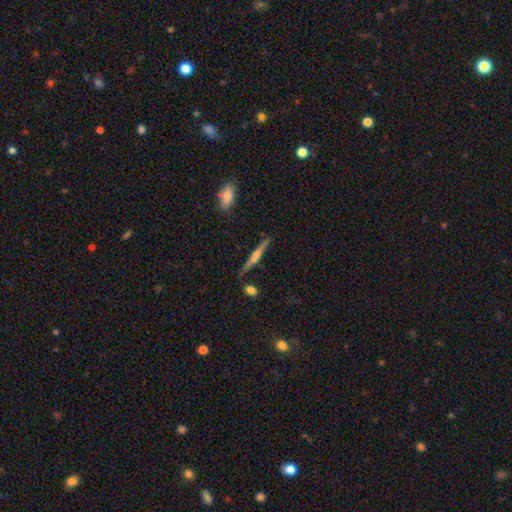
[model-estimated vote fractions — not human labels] Morphology: type=featured or disk (65%); edge-on=yes (97%); edge-on bulge=rounded (74%); merging=none (87%).